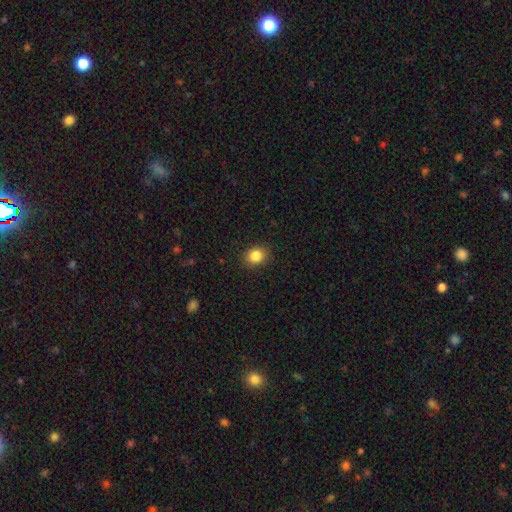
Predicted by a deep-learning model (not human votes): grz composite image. It shows a smooth galaxy with no disk features (86%) that is round (68%). Merging: none (89%).